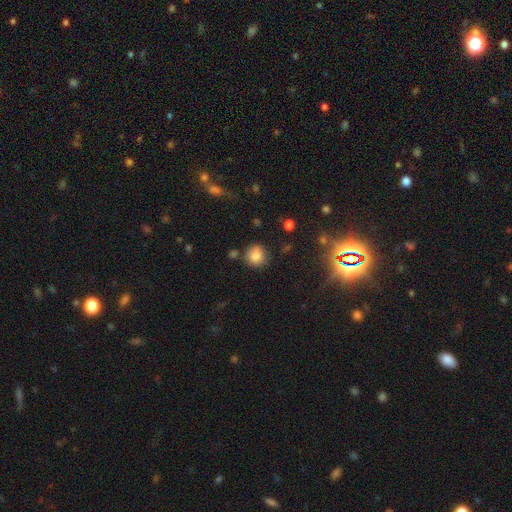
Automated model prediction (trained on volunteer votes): Smooth or featured? smooth (82%)
How rounded? round (84%)
Merging? none (73%)